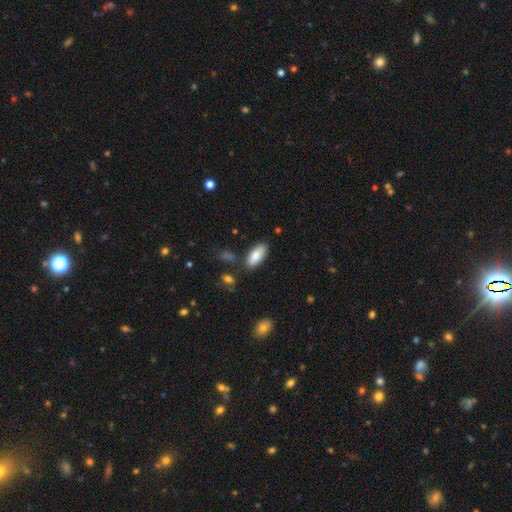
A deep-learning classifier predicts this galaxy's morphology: A smooth galaxy with no disk features (86%) that is in between round and cigar-shaped (88%). Merging: none (80%).